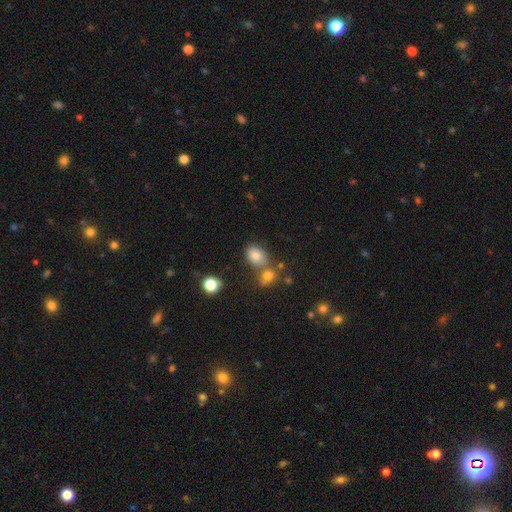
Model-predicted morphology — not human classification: A smooth galaxy with no disk features (79%) that is in between round and cigar-shaped (70%). Merging: none (60%).